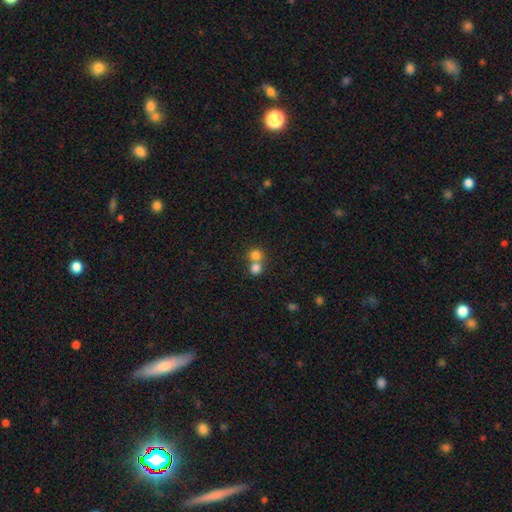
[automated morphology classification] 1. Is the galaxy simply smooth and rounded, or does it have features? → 79% smooth, 12% star or artifact, 9% featured or disk.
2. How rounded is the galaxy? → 87% round, 12% in between, 1% cigar-shaped.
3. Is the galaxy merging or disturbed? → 51% merger, 42% none, 5% minor disturbance, 2% major disturbance.